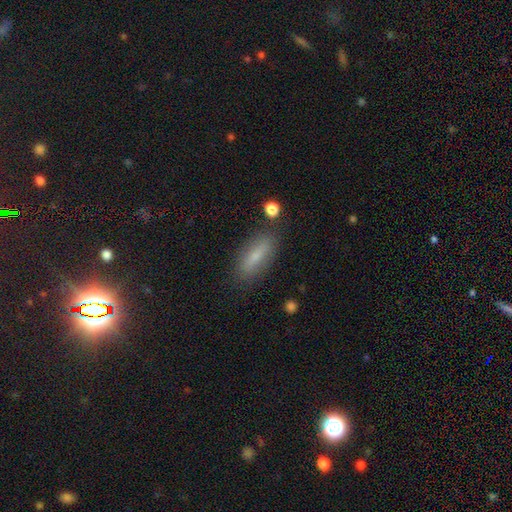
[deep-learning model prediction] A smooth galaxy with no disk features (72%) that is in between round and cigar-shaped (52%).

Vote fractions:
- Smooth or featured? smooth: 72% / featured or disk: 20% / star or artifact: 8%
- How rounded? in between: 52% / cigar-shaped: 45% / round: 3%
- Merging? none: 82% / minor disturbance: 12% / major disturbance: 3% / merger: 3%